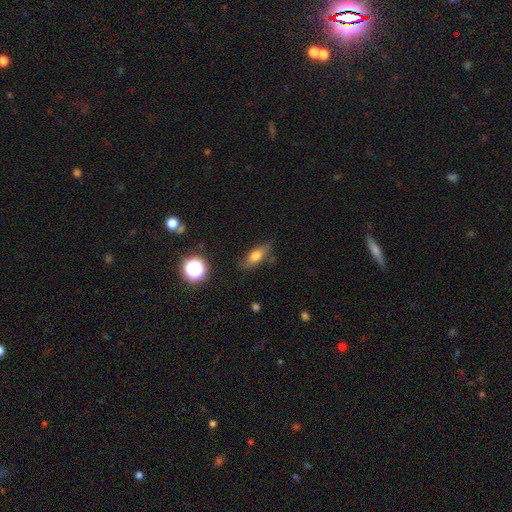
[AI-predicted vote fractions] smooth_or_featured: smooth (p=0.62) [alt: featured or disk p=0.28]
how_rounded: in between (p=0.63) [alt: cigar-shaped p=0.28]
merging: none (p=0.74) [alt: minor disturbance p=0.20]